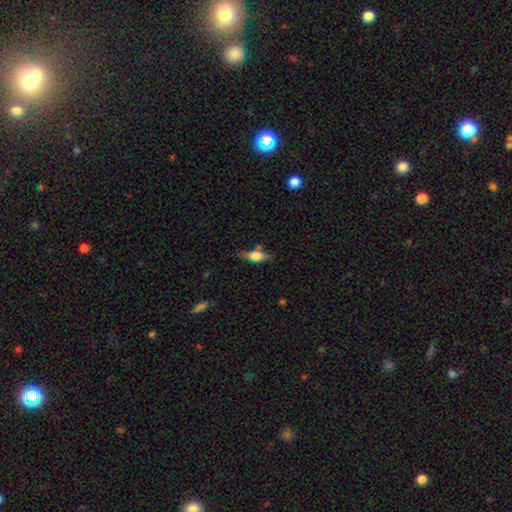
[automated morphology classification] Overall: smooth (48%; featured or disk 43%). Merging: none (64%).